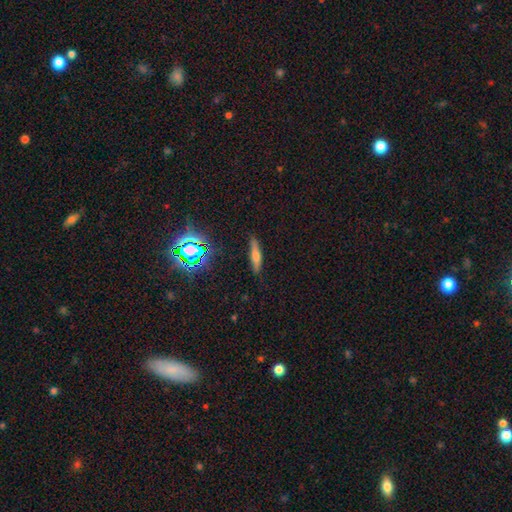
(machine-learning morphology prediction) smooth_or_featured: smooth (p=0.50) [alt: featured or disk p=0.37]
how_rounded: cigar-shaped (p=0.79) [alt: in between p=0.18]
merging: none (p=0.85) [alt: minor disturbance p=0.11]